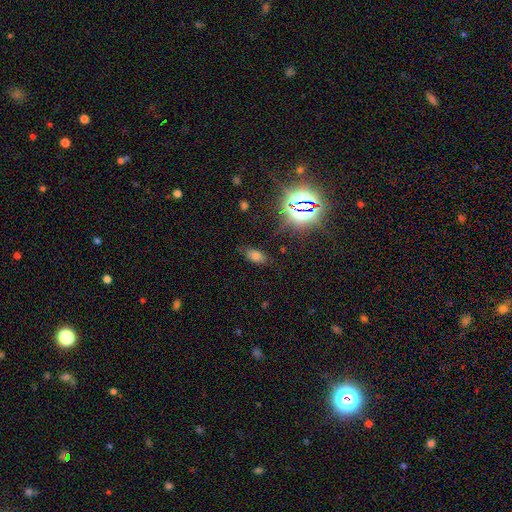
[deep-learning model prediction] This appears to be a smooth galaxy with no disk features (61%) that is in between round and cigar-shaped (86%). Merging: none (78%).